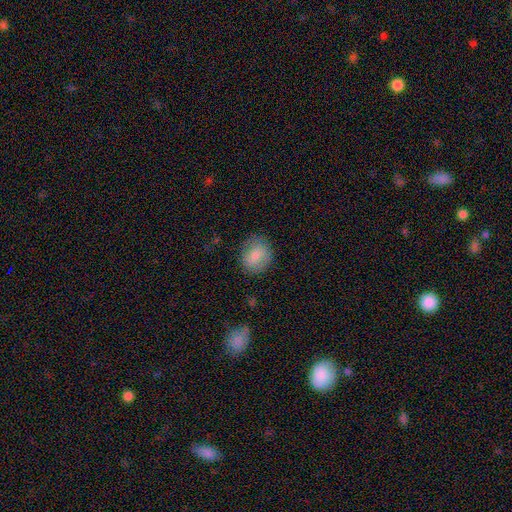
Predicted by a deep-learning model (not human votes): smooth-or-featured: smooth: 80% | featured or disk: 13% | star or artifact: 7%
  how-rounded: round: 57% | in between: 42% | cigar-shaped: 1%
  merging: none: 79% | minor disturbance: 15% | major disturbance: 5% | merger: 1%